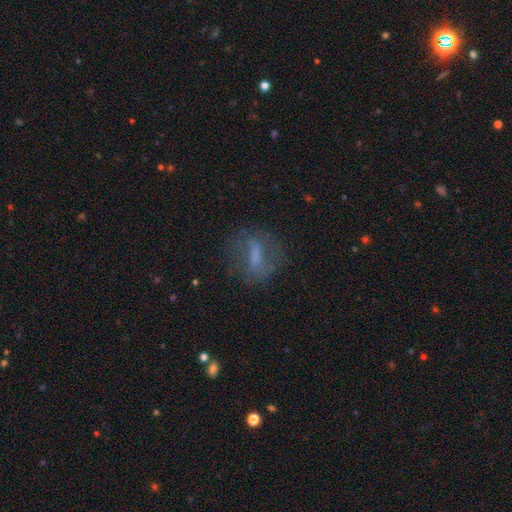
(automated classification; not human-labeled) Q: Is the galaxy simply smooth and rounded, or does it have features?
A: featured or disk — 45%.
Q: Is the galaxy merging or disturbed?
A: none — 69%.